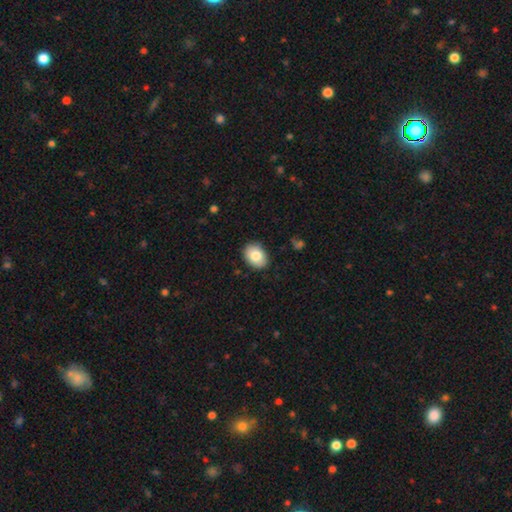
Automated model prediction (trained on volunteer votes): This is clearly a smooth galaxy (83%). How rounded: likely in between (73%). Merging: clearly none (87%).